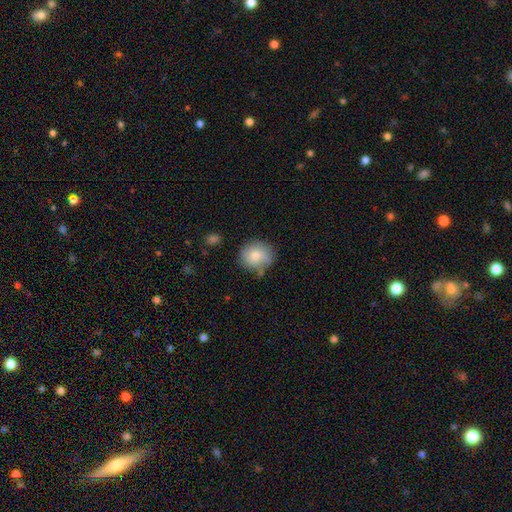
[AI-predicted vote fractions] This appears to be a smooth galaxy with no disk features (77%) that is round (77%). Merging: none (68%).